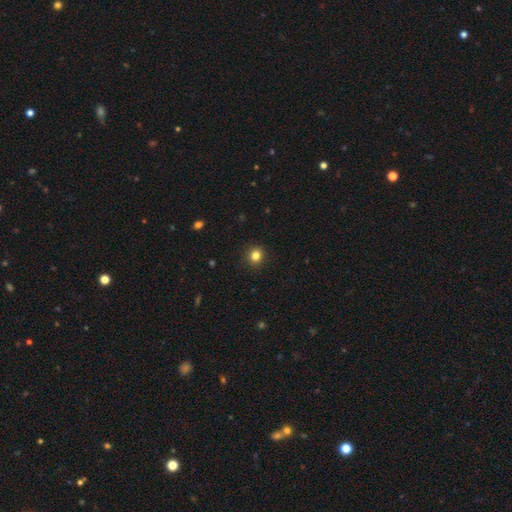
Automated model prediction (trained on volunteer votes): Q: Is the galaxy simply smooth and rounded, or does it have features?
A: smooth — 82%.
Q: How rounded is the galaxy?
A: round — 86%.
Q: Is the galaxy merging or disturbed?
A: none — 91%.